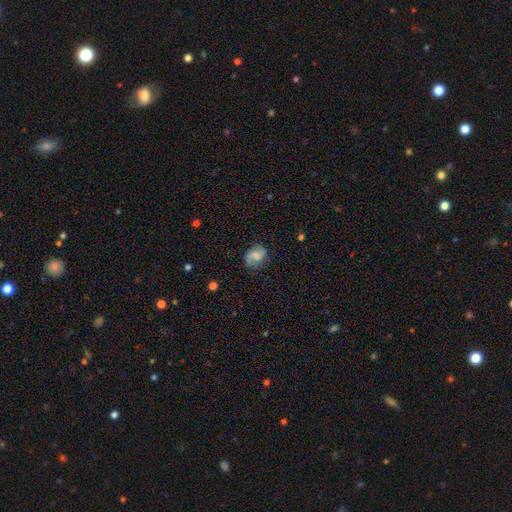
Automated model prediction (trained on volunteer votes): smooth_or_featured: featured or disk (p=0.49) [alt: smooth p=0.42]
merging: none (p=0.71) [alt: minor disturbance p=0.20]